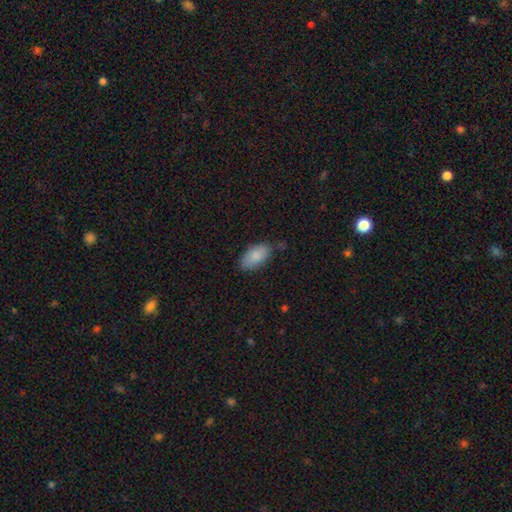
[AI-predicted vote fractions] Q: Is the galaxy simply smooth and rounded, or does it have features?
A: smooth — 85%.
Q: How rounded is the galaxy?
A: in between — 93%.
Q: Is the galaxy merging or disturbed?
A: none — 72%.